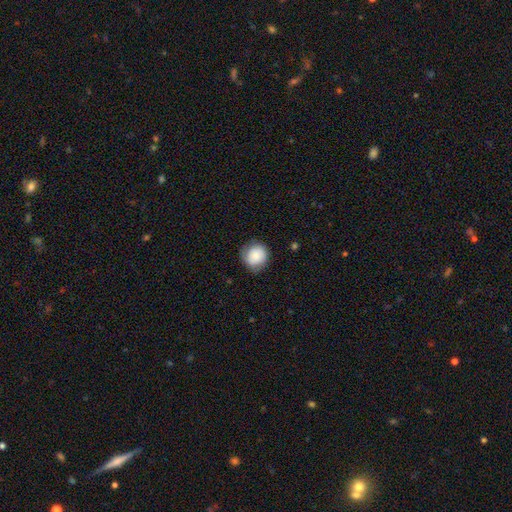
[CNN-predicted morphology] smooth 79%, featured or disk 13%, star or artifact 8%. Down the decision tree: how rounded — round (86%); merging — none (73%).